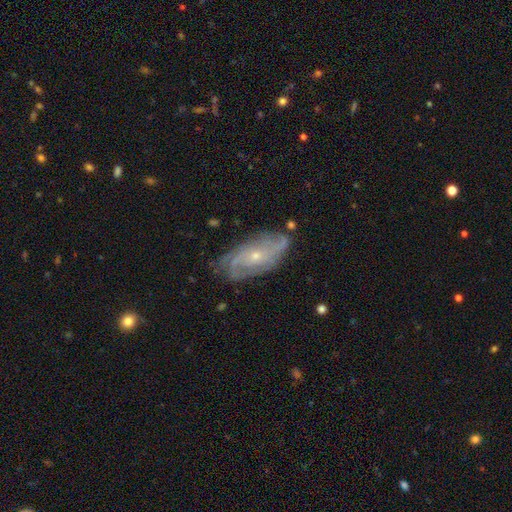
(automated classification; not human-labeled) Smooth or featured? featured or disk (80%)
Edge-on disk? no (92%)
Bar? no (70%)
Spiral arms? yes (92%)
Spiral winding? tight (49%)
Spiral arm count? can't tell (34%)
Bulge size? small (67%)
Merging? none (72%)